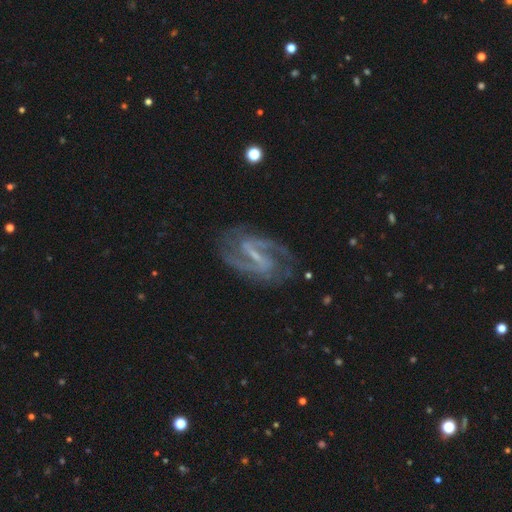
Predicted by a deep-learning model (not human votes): smooth-or-featured: featured or disk: 91% | star or artifact: 5% | smooth: 4%
  disk-edge-on: no: 97% | yes: 3%
    bar: strong: 53% | weak: 38% | no: 10%
    has-spiral-arms: yes: 97% | no: 3%
      spiral-winding: medium: 55% | loose: 24% | tight: 20%
      spiral-arm-count: 2: 90% | can't tell: 3% | 3: 3% | 1: 2% | 4: 1% | more than 4: 1%
    bulge-size: small: 60% | none: 26% | moderate: 12% | large: 1% | dominant: 1%
  merging: none: 77% | minor disturbance: 15% | major disturbance: 7% | merger: 2%